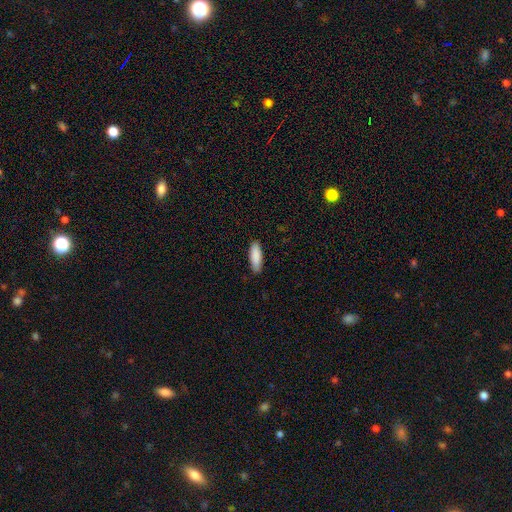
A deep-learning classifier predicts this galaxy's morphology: A smooth galaxy with no disk features (89%) that is in between round and cigar-shaped (60%). Merging: none (87%).